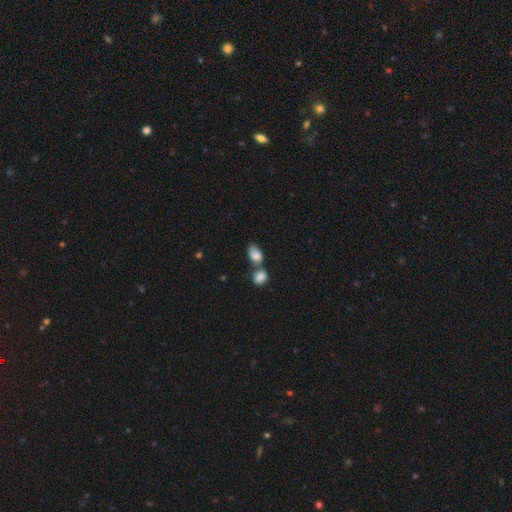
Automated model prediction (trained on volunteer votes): Smooth or featured?
  - smooth: 83% *
  - featured or disk: 9%
  - star or artifact: 8%
How rounded?
  - in between: 86% *
  - round: 12%
  - cigar-shaped: 2%
Merging?
  - merger: 53% *
  - none: 29%
  - minor disturbance: 13%
  - major disturbance: 5%